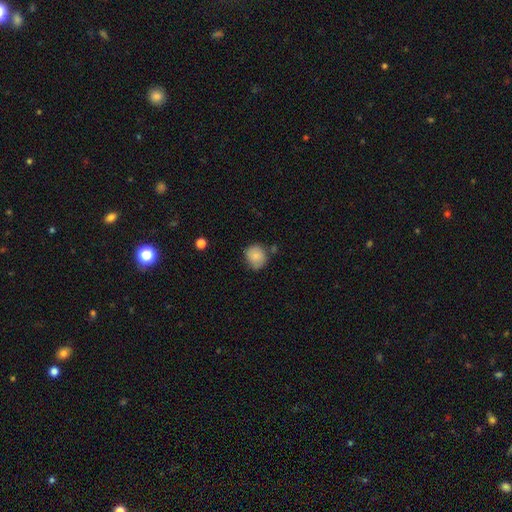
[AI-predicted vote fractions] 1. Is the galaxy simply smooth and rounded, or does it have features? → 83% smooth, 9% featured or disk, 8% star or artifact.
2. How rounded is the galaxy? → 80% round, 19% in between, 1% cigar-shaped.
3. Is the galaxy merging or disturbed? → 66% none, 24% minor disturbance, 6% merger, 5% major disturbance.